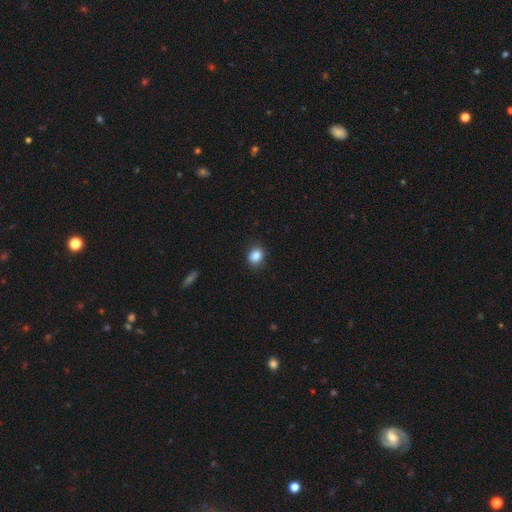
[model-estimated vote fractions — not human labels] Overall: smooth (87%). How rounded: round (60%; in between 39%). Merging: none (85%).